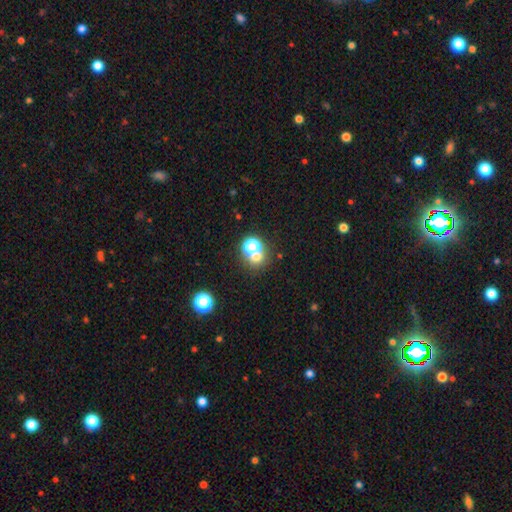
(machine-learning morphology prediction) smooth 58%, star or artifact 30%, featured or disk 13%. Down the decision tree: how rounded — round (78%); merging — none (51%).